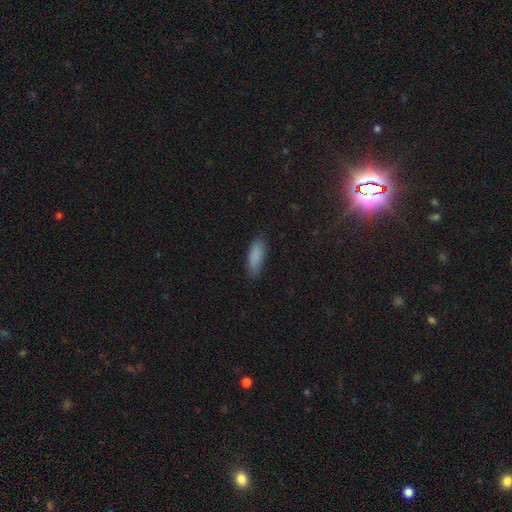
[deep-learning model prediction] The model was most divided on "how rounded": in between: 66%, cigar-shaped: 33%, round: 2%. More confident: smooth or featured — smooth (88%); merging — none (84%).